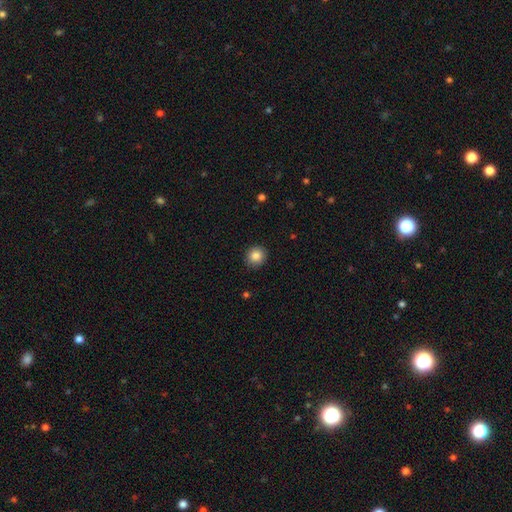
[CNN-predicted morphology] Smooth or featured: smooth — 85% (star or artifact — 10%)
How rounded: round — 91% (in between — 8%)
Merging: none — 90% (minor disturbance — 7%)